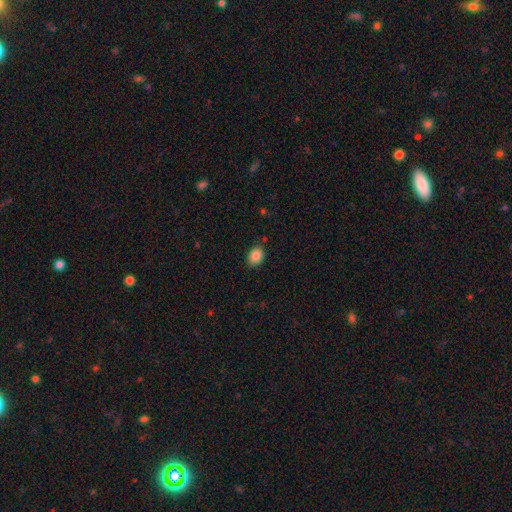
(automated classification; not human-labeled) Q: Smooth or featured?
A: smooth (87%); runner-up: star or artifact (9%)
Q: How rounded?
A: in between (64%); runner-up: round (35%)
Q: Merging?
A: none (83%); runner-up: minor disturbance (12%)